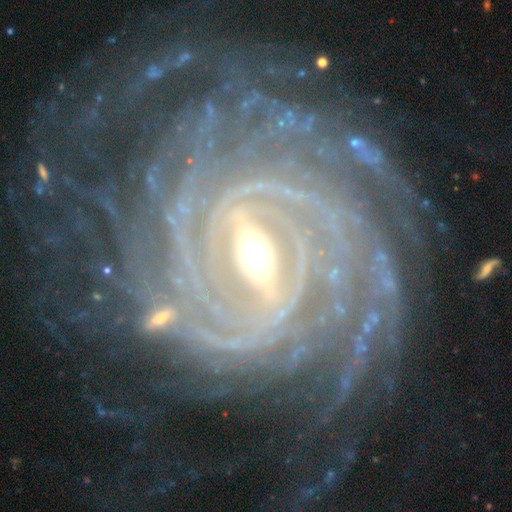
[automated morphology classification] This is clearly a featured or disk galaxy (92%). It is clearly not viewed edge-on (96%). Bar: possibly strong (58%). Spiral arm pattern: clearly yes (98%). Spiral arm count: marginally more than 4 (25%). Spiral winding: clearly tight (82%). Central bulge: possibly moderate (55%). Merging: likely none (71%).